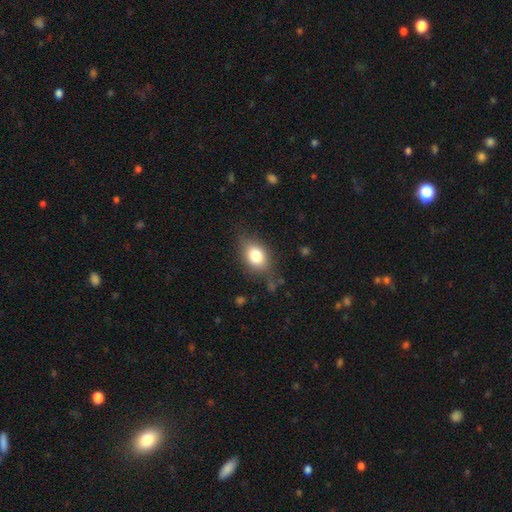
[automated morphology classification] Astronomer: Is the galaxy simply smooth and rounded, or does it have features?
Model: smooth — 77%.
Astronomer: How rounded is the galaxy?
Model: in between — 74%.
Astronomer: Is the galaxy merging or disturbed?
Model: none — 72%.